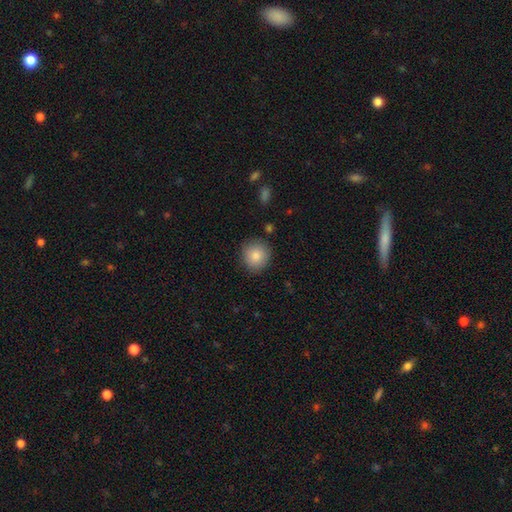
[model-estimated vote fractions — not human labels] Q: Smooth or featured?
A: smooth (85%); runner-up: star or artifact (8%)
Q: How rounded?
A: round (90%); runner-up: in between (9%)
Q: Merging?
A: none (87%); runner-up: minor disturbance (9%)